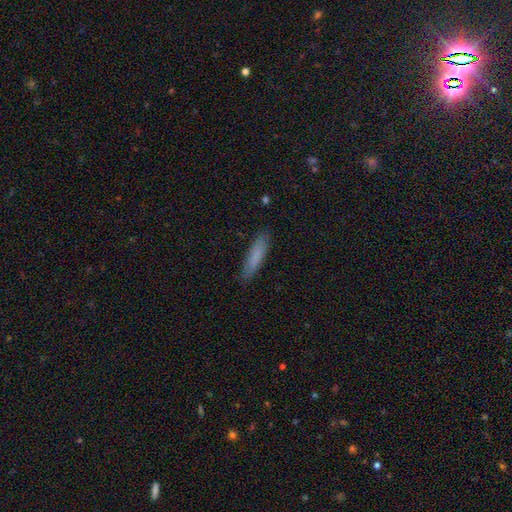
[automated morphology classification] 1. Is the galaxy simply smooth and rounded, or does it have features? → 81% smooth, 12% featured or disk, 7% star or artifact.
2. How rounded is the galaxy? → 79% cigar-shaped, 20% in between, 1% round.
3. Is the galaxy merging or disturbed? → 85% none, 11% minor disturbance, 2% major disturbance, 1% merger.